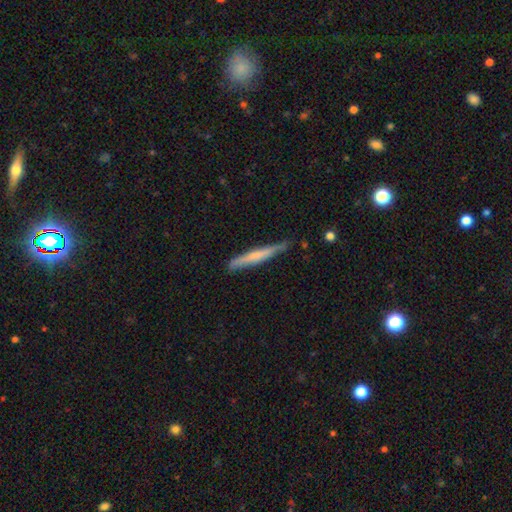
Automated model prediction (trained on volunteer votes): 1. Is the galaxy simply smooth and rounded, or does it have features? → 55% smooth, 39% featured or disk, 6% star or artifact.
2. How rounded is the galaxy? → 96% cigar-shaped, 3% in between, 1% round.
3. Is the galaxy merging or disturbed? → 75% none, 20% minor disturbance, 3% major disturbance, 2% merger.